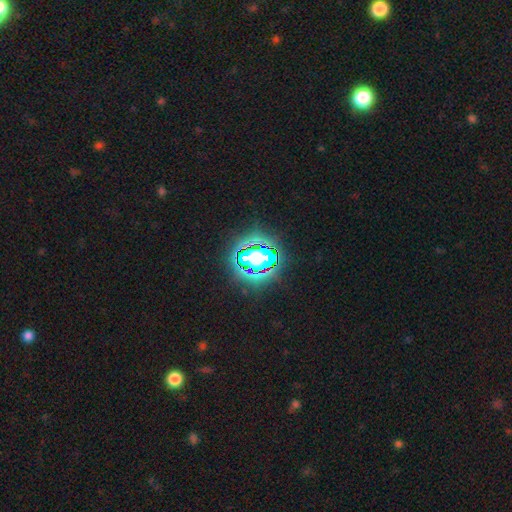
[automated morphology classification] star or artifact 78%, smooth 14%, featured or disk 8%.